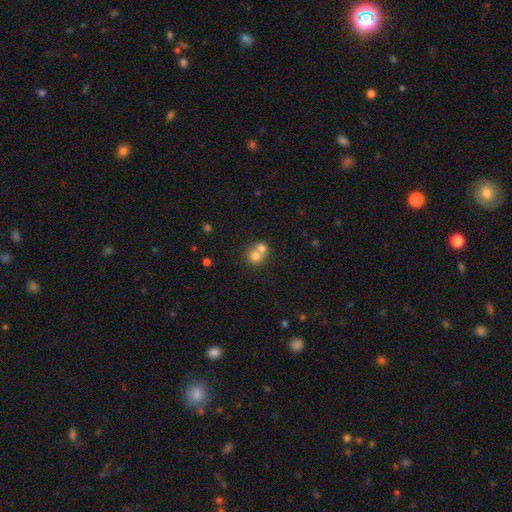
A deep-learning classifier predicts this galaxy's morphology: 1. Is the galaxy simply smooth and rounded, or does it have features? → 73% smooth, 16% featured or disk, 11% star or artifact.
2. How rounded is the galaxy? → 80% round, 19% in between, 1% cigar-shaped.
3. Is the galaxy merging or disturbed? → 62% merger, 31% none, 5% minor disturbance, 2% major disturbance.